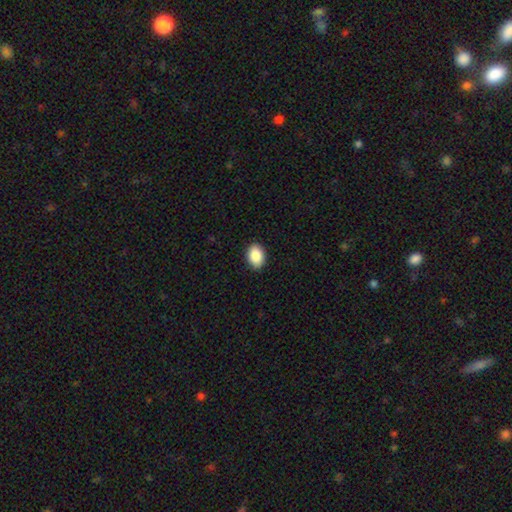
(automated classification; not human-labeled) The model was most divided on "how rounded": in between: 77%, round: 21%, cigar-shaped: 1%. More confident: merging — none (89%); smooth or featured — smooth (88%).